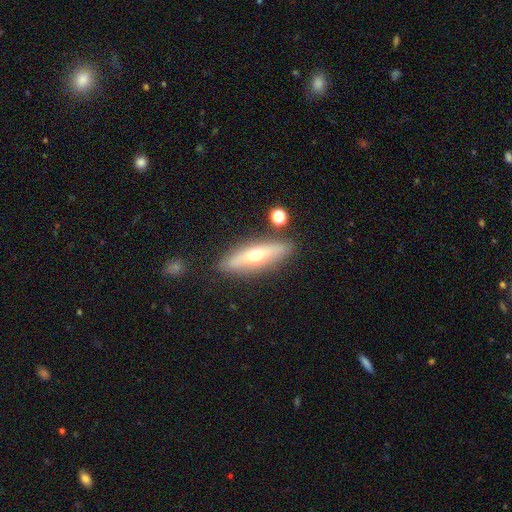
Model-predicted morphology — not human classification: This appears to be a featured or disk galaxy (50%) viewed edge-on (76%). Merging: none (82%).